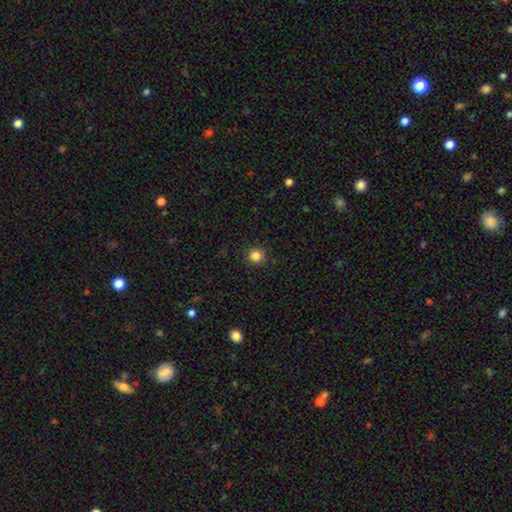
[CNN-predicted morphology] type=smooth (85%); roundness=round (93%); merging=none (91%).